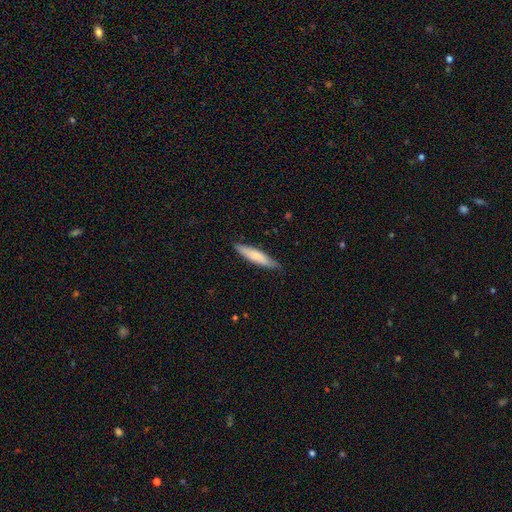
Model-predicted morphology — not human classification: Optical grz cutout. It shows a smooth galaxy with no disk features (72%) that is cigar-shaped (80%). Merging: none (84%).